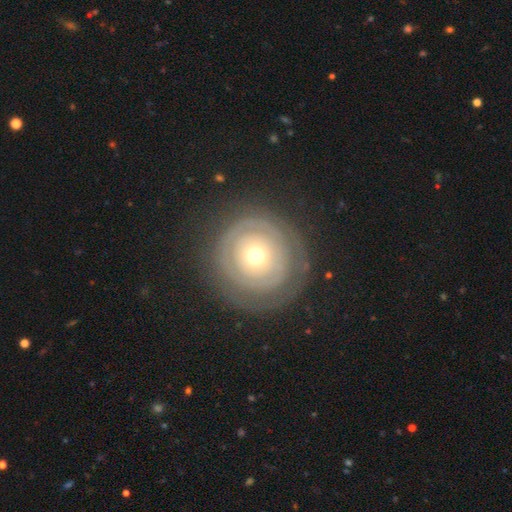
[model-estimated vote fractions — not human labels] Smooth or featured? featured or disk (64%)
Edge-on disk? no (96%)
Bar? no (90%)
Spiral arms? no (54%)
Bulge size? moderate (50%)
Merging? none (78%)